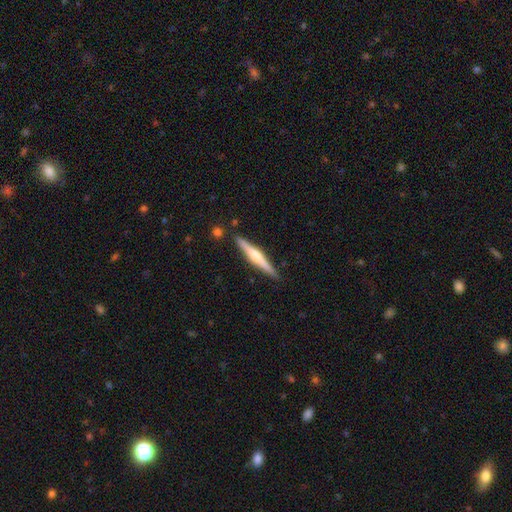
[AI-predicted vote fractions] This appears to be a featured or disk galaxy (61%) viewed edge-on (98%) with a rounded central bulge (75%). Merging: none (88%).